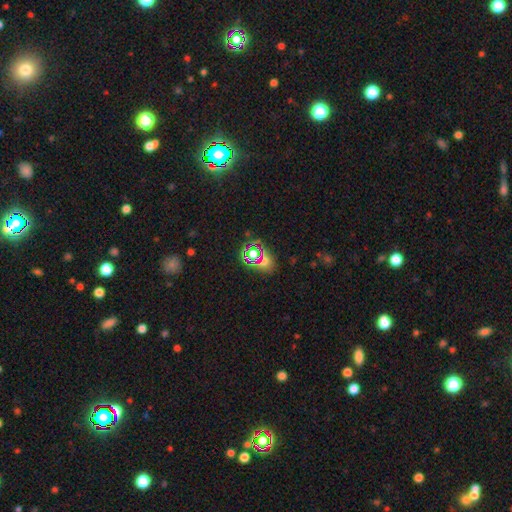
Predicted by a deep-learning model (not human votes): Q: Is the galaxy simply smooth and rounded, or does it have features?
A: star or artifact — 55%.